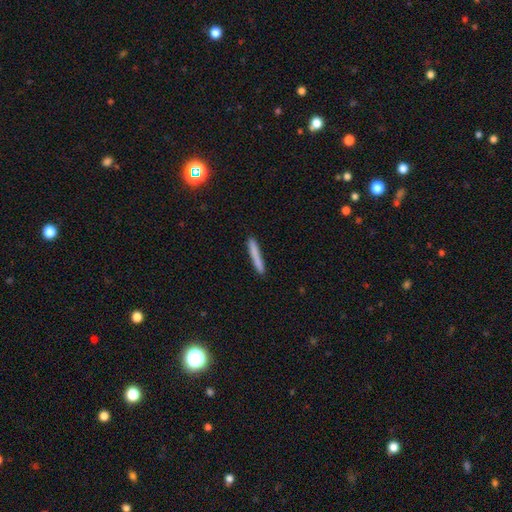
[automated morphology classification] smooth_or_featured: smooth (p=0.78) [alt: featured or disk p=0.15]
how_rounded: cigar-shaped (p=0.96) [alt: in between p=0.03]
merging: none (p=0.89) [alt: minor disturbance p=0.08]